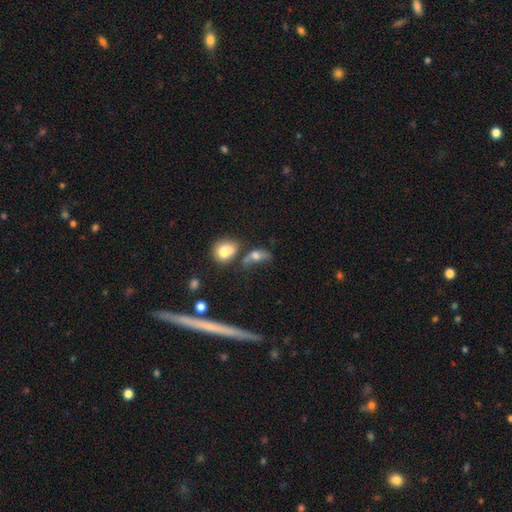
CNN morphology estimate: type=smooth (65%); roundness=in between (72%); merging=none (30%).